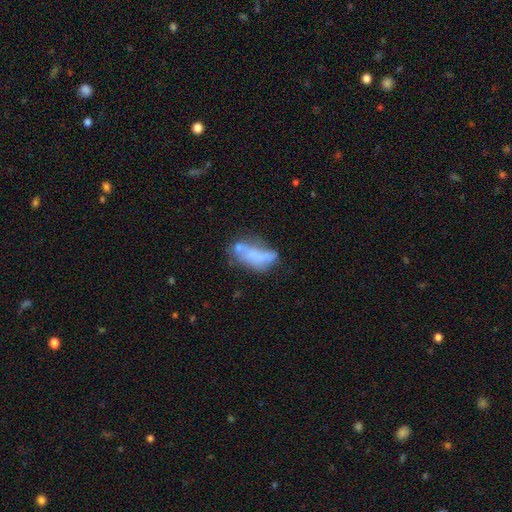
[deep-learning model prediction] Smooth or featured?
  - smooth: 49% *
  - featured or disk: 40%
  - star or artifact: 11%
Merging?
  - none: 29% *
  - merger: 27%
  - minor disturbance: 22%
  - major disturbance: 21%